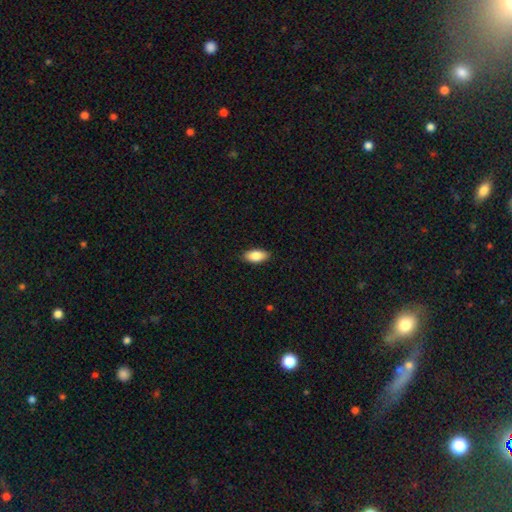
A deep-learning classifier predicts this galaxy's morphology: Overall: smooth (86%). How rounded: in between (91%). Merging: none (88%).